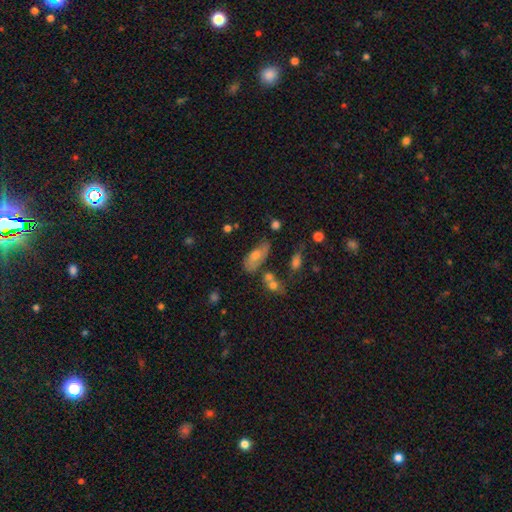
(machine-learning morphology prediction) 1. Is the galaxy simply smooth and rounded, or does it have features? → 52% smooth, 37% featured or disk, 11% star or artifact.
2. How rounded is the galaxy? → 83% in between, 12% cigar-shaped, 5% round.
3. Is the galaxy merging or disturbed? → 50% none, 25% minor disturbance, 12% major disturbance, 12% merger.